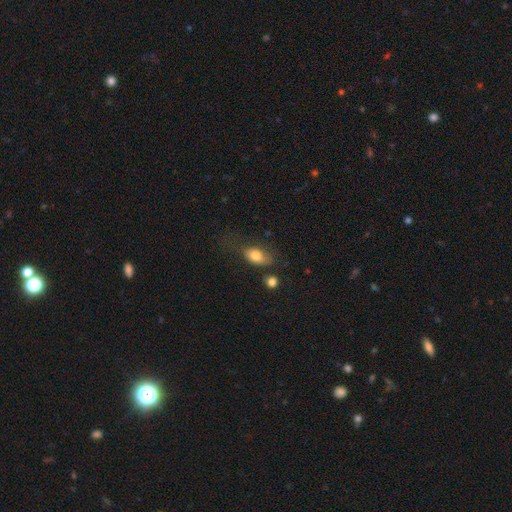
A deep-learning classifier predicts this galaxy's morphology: This is likely a smooth galaxy (79%). How rounded: clearly in between (84%). Merging: possibly none (46%).